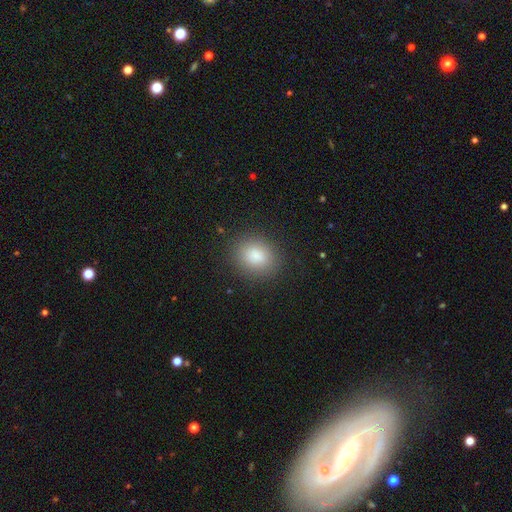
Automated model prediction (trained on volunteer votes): The model was most divided on "how rounded": round: 59%, in between: 40%, cigar-shaped: 1%. More confident: merging — none (85%); smooth or featured — smooth (85%).